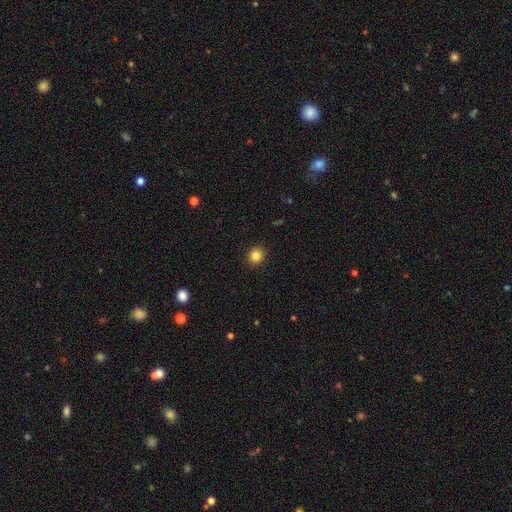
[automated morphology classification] This is clearly a smooth galaxy (85%). How rounded: clearly round (88%). Merging: clearly none (92%).